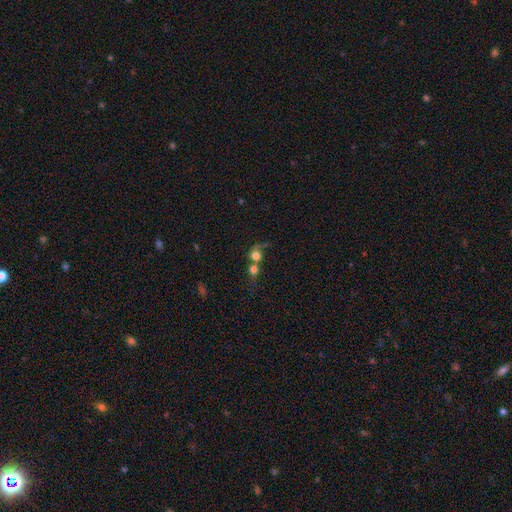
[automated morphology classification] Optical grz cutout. It shows a smooth galaxy with no disk features (66%) that is round (78%). Merging: merger (61%).